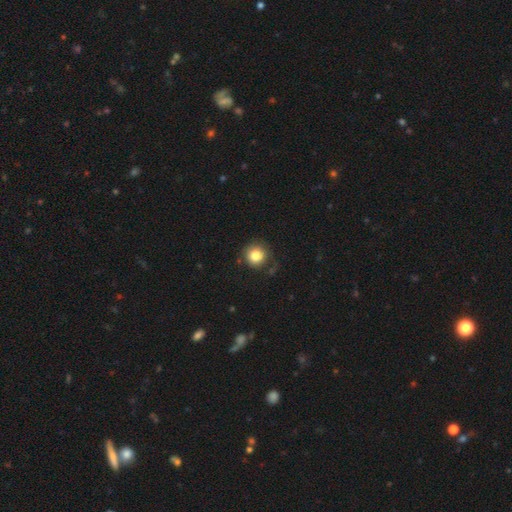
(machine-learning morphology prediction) smooth_or_featured: smooth (p=0.83) [alt: star or artifact p=0.10]
how_rounded: round (p=0.94) [alt: in between p=0.05]
merging: none (p=0.77) [alt: minor disturbance p=0.14]